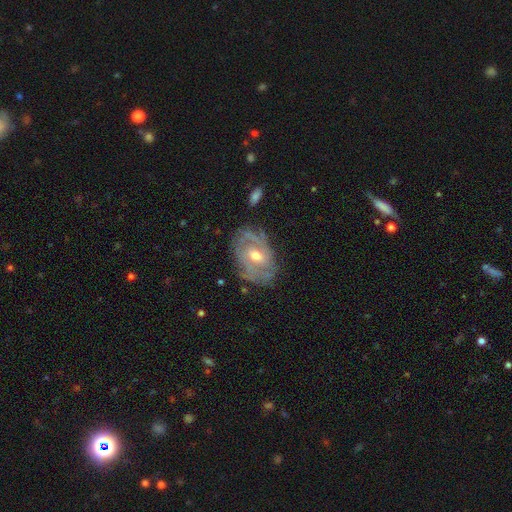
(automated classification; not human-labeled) A featured or disk galaxy (82%) with a weak bar (47%), 2 (37%) tight (59%) spiral arms (88%) and a moderate central bulge (66%). Merging: none (71%).